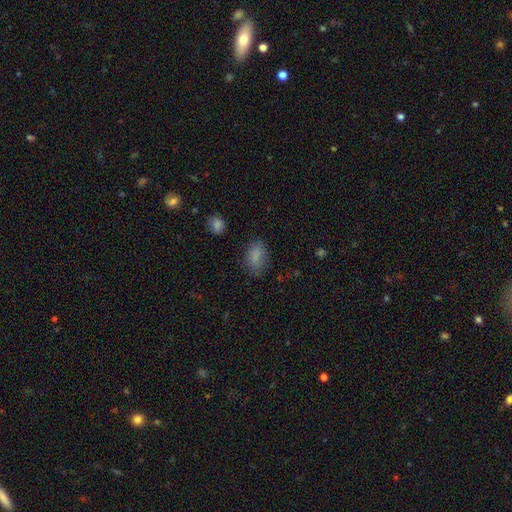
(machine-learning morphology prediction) Smooth or featured: smooth — 84% (star or artifact — 10%)
How rounded: in between — 90% (round — 7%)
Merging: none — 78% (minor disturbance — 16%)